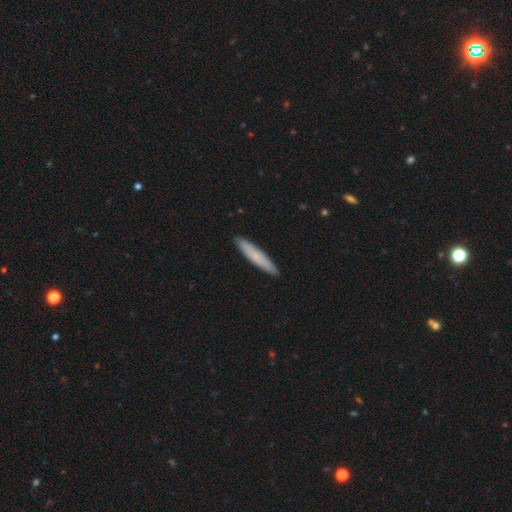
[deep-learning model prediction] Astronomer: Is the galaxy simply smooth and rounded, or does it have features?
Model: smooth — 69%.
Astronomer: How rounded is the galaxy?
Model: cigar-shaped — 91%.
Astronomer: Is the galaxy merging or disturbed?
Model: none — 90%.